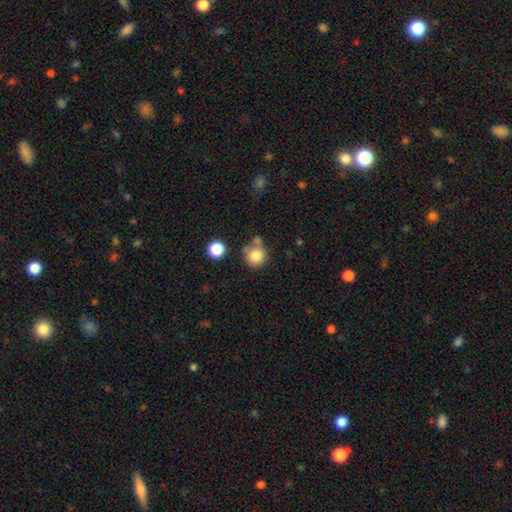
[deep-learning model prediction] Q: Smooth or featured?
A: smooth (81%); runner-up: star or artifact (11%)
Q: How rounded?
A: round (91%); runner-up: in between (8%)
Q: Merging?
A: none (63%); runner-up: merger (19%)